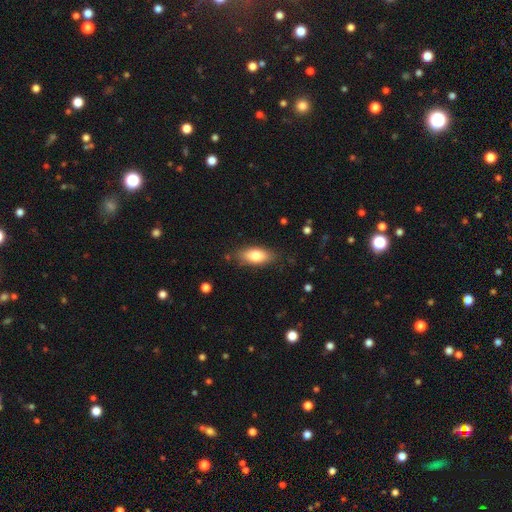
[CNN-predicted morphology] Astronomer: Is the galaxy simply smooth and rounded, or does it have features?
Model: smooth — 78%.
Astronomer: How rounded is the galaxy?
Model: in between — 84%.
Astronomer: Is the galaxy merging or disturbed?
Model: none — 82%.